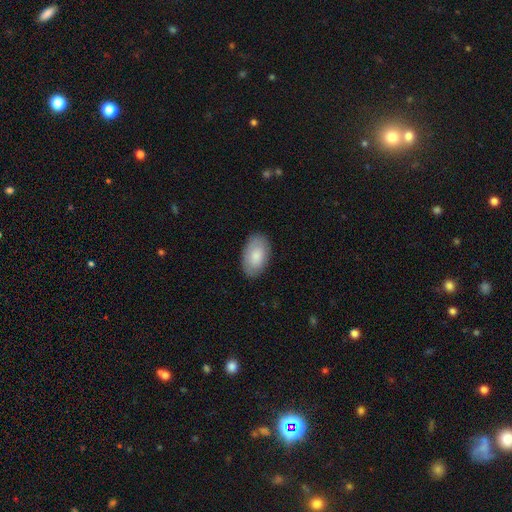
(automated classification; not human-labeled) Overall: smooth (81%). How rounded: in between (94%). Merging: none (85%).